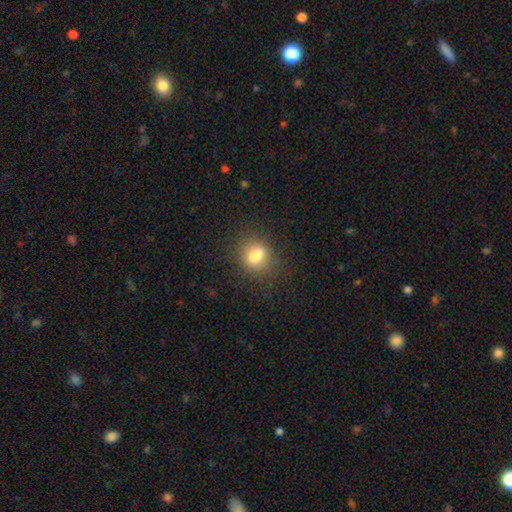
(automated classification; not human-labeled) Smooth or featured?
  - smooth: 78% *
  - star or artifact: 12%
  - featured or disk: 10%
How rounded?
  - round: 52% *
  - in between: 46%
  - cigar-shaped: 2%
Merging?
  - none: 81% *
  - minor disturbance: 13%
  - major disturbance: 5%
  - merger: 1%